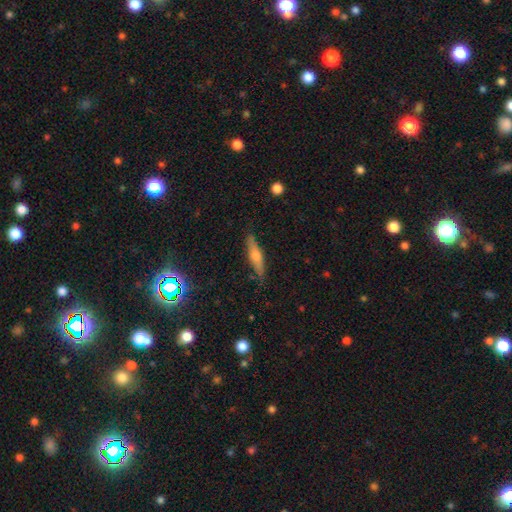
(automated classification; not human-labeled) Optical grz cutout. It shows a featured or disk galaxy (47%). Merging: none (86%).